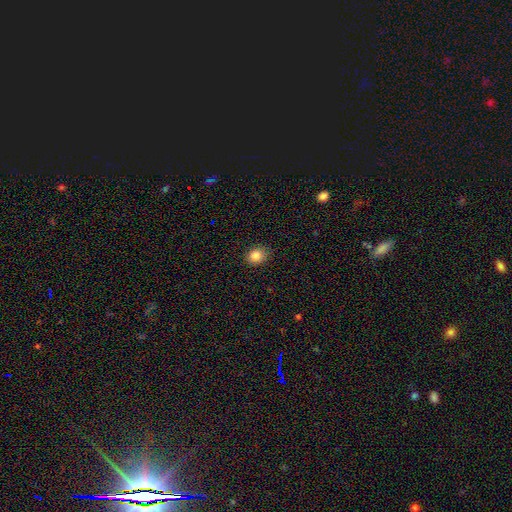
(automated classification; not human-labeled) This appears to be a smooth galaxy with no disk features (85%) that is round (64%). Merging: none (86%).